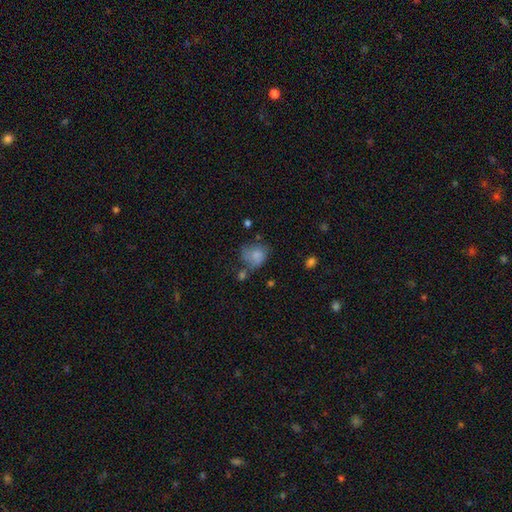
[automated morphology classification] The model was most divided on "merging": none: 38%, minor disturbance: 28%, major disturbance: 20%, merger: 14%. More confident: smooth or featured — smooth (73%); how rounded — round (60%).